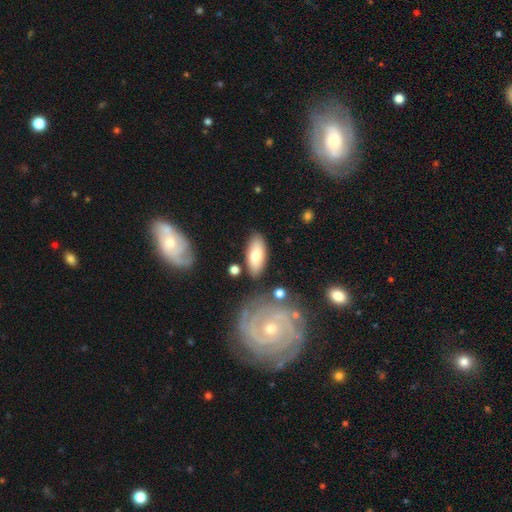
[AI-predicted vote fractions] The model was most divided on "smooth or featured": smooth: 74%, featured or disk: 20%, star or artifact: 6%. More confident: how rounded — in between (85%); merging — none (78%).